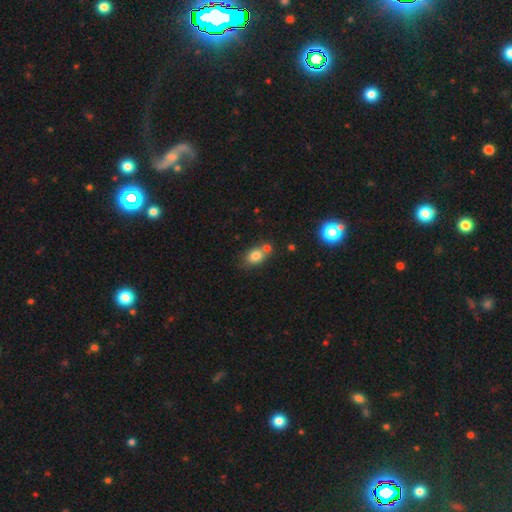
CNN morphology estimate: A smooth galaxy with no disk features (79%) that is in between round and cigar-shaped (67%).

Vote fractions:
- Smooth or featured? smooth: 79% / star or artifact: 11% / featured or disk: 10%
- How rounded? in between: 67% / round: 31% / cigar-shaped: 2%
- Merging? none: 51% / merger: 33% / minor disturbance: 13% / major disturbance: 4%